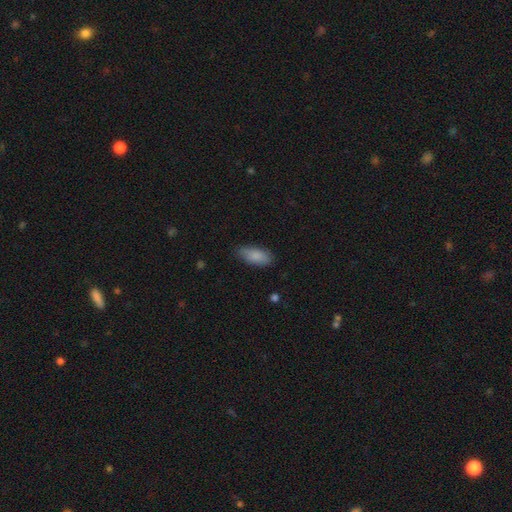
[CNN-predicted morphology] This appears to be a smooth galaxy with no disk features (87%) that is in between round and cigar-shaped (81%). Merging: none (82%).